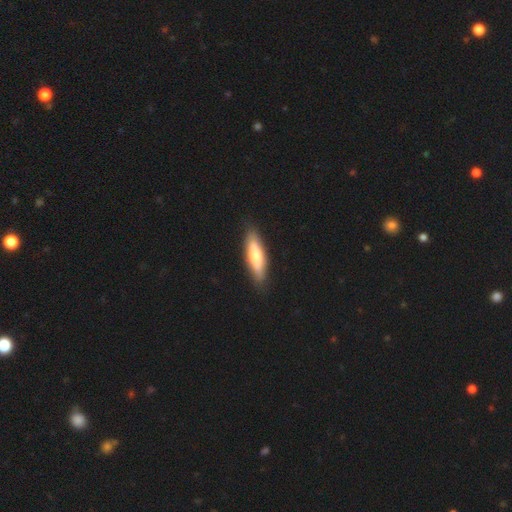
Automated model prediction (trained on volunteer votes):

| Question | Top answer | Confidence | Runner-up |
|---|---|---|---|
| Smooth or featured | smooth | 65% | featured or disk (30%) |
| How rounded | cigar-shaped | 61% | in between (37%) |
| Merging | none | 85% | minor disturbance (11%) |